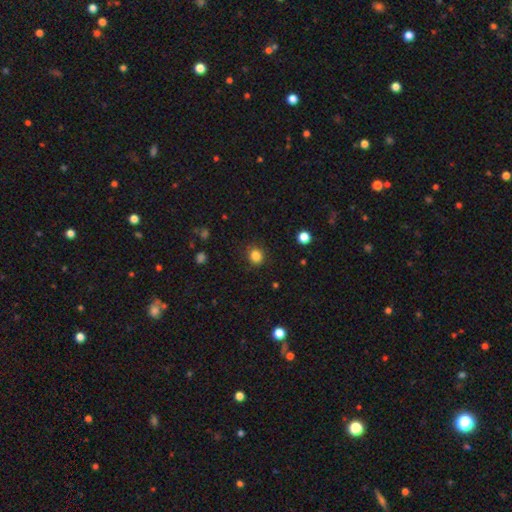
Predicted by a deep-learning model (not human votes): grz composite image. It shows a smooth galaxy with no disk features (84%) that is round (83%). Merging: none (87%).